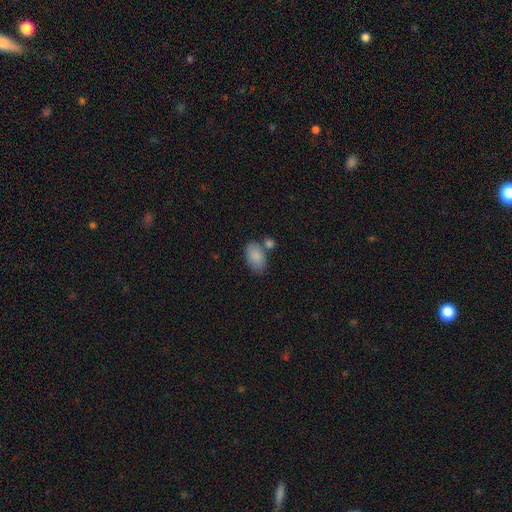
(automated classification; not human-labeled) Smooth or featured? Predicted: smooth (p=0.87). How rounded? Predicted: in between (p=0.93). Merging? Predicted: none (p=0.60).